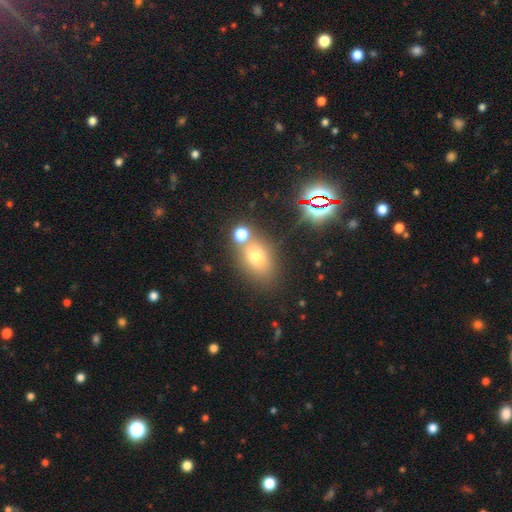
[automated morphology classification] Smooth or featured: smooth — 68% (star or artifact — 18%)
How rounded: in between — 69% (round — 29%)
Merging: none — 62% (merger — 20%)